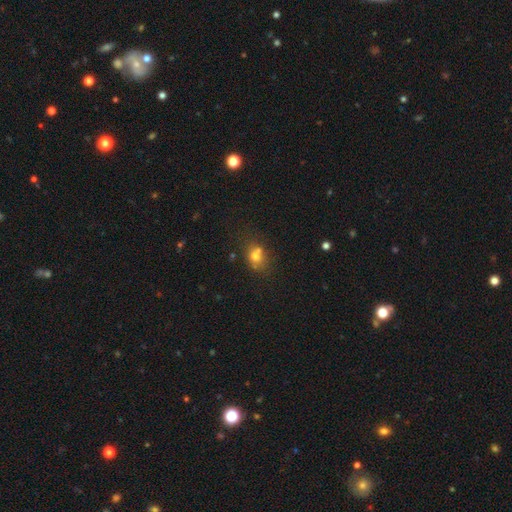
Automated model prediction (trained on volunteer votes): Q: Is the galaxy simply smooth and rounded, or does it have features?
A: smooth — 68%.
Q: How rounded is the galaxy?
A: round — 55%.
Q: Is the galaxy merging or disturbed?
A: none — 43%.